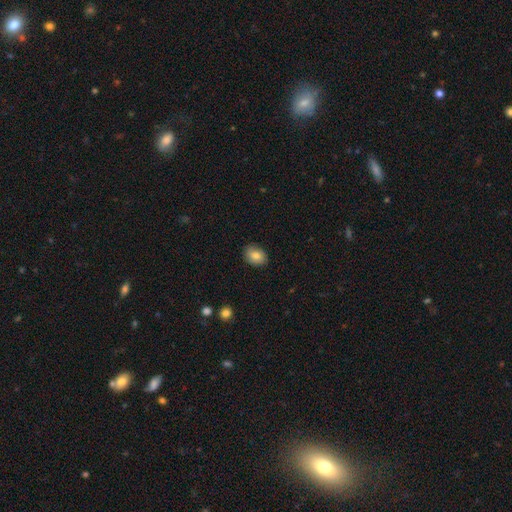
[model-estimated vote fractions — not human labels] smooth_or_featured: smooth (p=0.81) [alt: featured or disk p=0.11]
how_rounded: in between (p=0.60) [alt: round p=0.39]
merging: none (p=0.84) [alt: minor disturbance p=0.13]